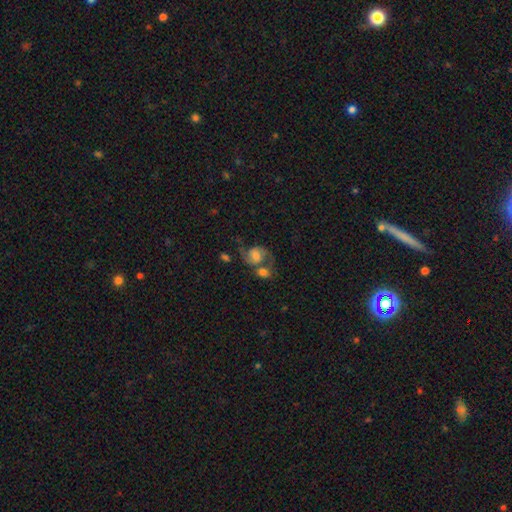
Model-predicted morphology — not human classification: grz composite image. It shows a featured or disk galaxy (58%) with no bar (58%), spiral arms (88%) and a moderate central bulge (52%). Merging: merger (41%).